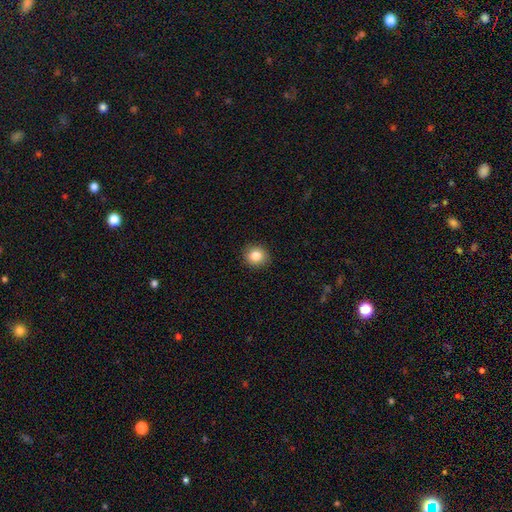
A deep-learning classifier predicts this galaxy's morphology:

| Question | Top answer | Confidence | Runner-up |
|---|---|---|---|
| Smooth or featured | smooth | 84% | star or artifact (10%) |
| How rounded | round | 84% | in between (15%) |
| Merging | none | 91% | minor disturbance (6%) |